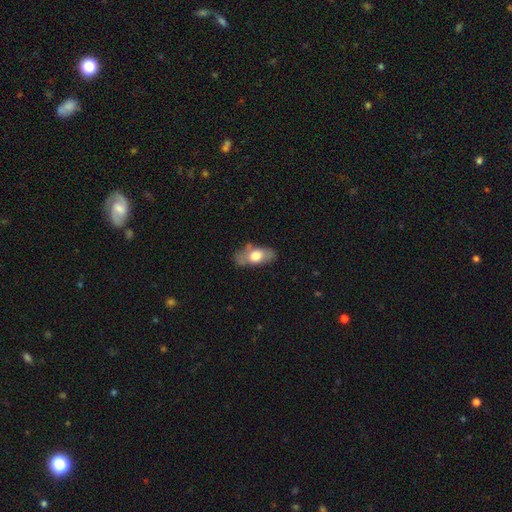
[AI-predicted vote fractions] Smooth or featured?
  - smooth: 61% *
  - featured or disk: 32%
  - star or artifact: 6%
How rounded?
  - in between: 87% *
  - cigar-shaped: 7%
  - round: 6%
Merging?
  - none: 66% *
  - minor disturbance: 24%
  - major disturbance: 8%
  - merger: 3%